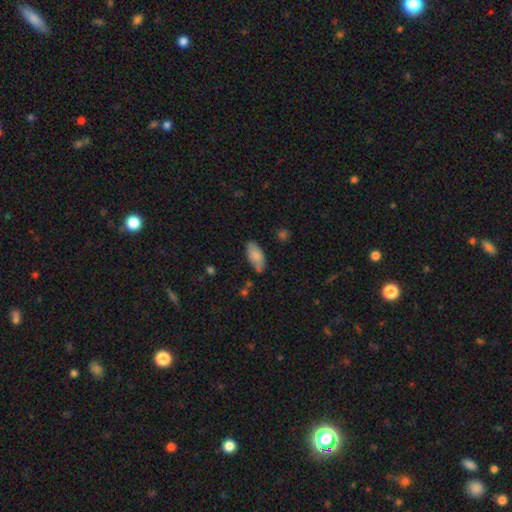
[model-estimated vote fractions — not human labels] smooth-or-featured: smooth: 81% | featured or disk: 12% | star or artifact: 7%
  how-rounded: in between: 91% | cigar-shaped: 7% | round: 2%
  merging: none: 68% | minor disturbance: 23% | major disturbance: 5% | merger: 4%